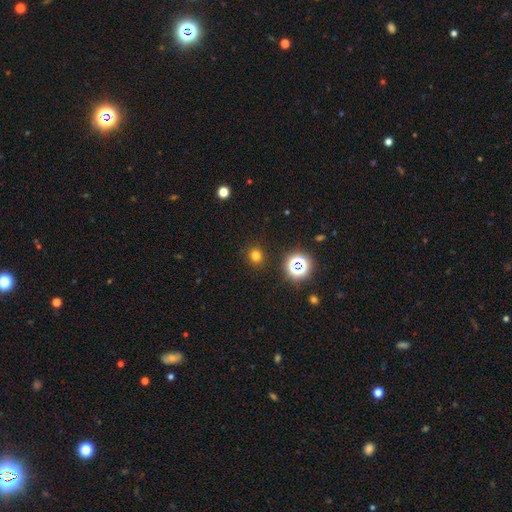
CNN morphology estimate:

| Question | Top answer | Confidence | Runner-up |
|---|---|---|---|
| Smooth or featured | smooth | 74% | star or artifact (21%) |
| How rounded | round | 84% | in between (15%) |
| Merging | none | 89% | minor disturbance (7%) |